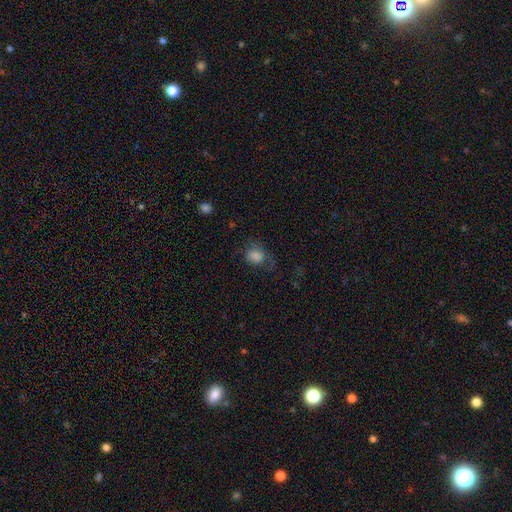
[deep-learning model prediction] smooth-or-featured: smooth: 71% | featured or disk: 17% | star or artifact: 12%
  how-rounded: round: 56% | in between: 42% | cigar-shaped: 1%
  merging: none: 45% | major disturbance: 29% | minor disturbance: 24% | merger: 2%